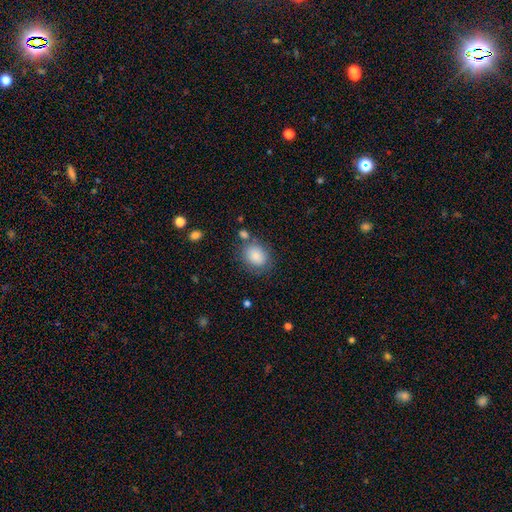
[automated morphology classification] A smooth galaxy with no disk features (85%) that is in between round and cigar-shaped (52%). Merging: none (70%).